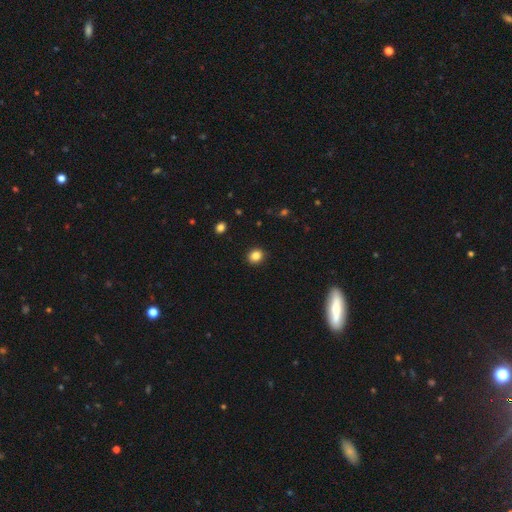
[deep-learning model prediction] Q: Smooth or featured?
A: smooth (84%); runner-up: star or artifact (11%)
Q: How rounded?
A: round (74%); runner-up: in between (25%)
Q: Merging?
A: none (92%); runner-up: minor disturbance (6%)